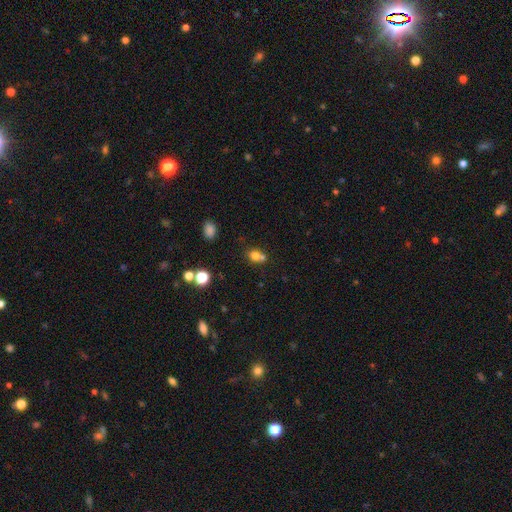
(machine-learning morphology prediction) The model was most divided on "merging": merger: 46%, none: 42%, minor disturbance: 9%, major disturbance: 4%. More confident: smooth or featured — smooth (74%); how rounded — round (69%).